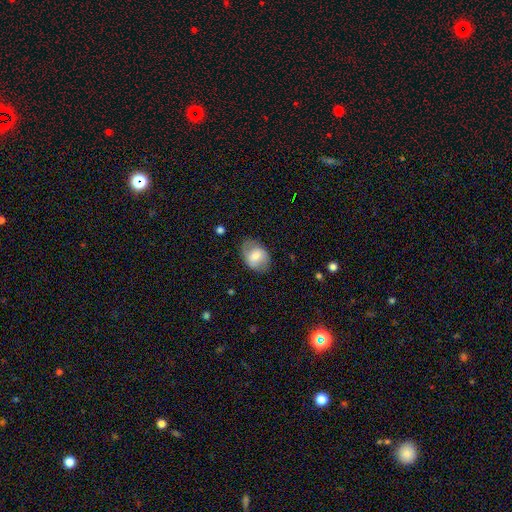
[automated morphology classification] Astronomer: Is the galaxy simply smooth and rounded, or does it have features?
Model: smooth — 64%.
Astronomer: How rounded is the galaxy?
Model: in between — 69%.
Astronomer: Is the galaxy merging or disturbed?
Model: none — 71%.